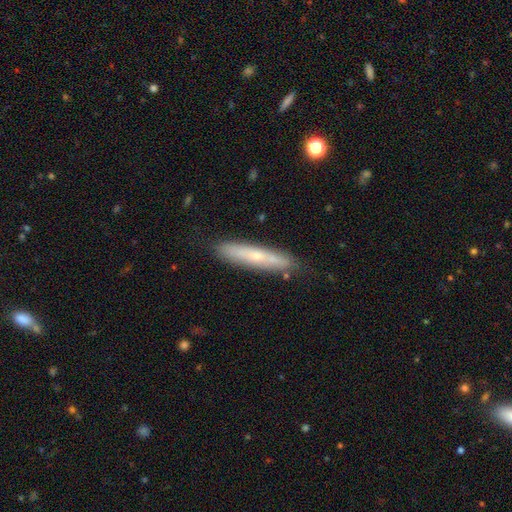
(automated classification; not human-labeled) Smooth or featured? smooth (49%)
Merging? none (83%)